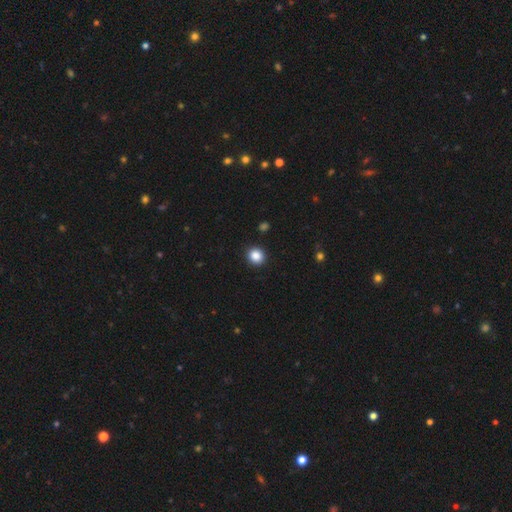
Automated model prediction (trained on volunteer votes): A smooth galaxy with no disk features (87%) that is round (88%).

Vote fractions:
- Smooth or featured? smooth: 87% / star or artifact: 10% / featured or disk: 3%
- How rounded? round: 88% / in between: 11% / cigar-shaped: 1%
- Merging? none: 92% / minor disturbance: 5% / major disturbance: 2% / merger: 1%